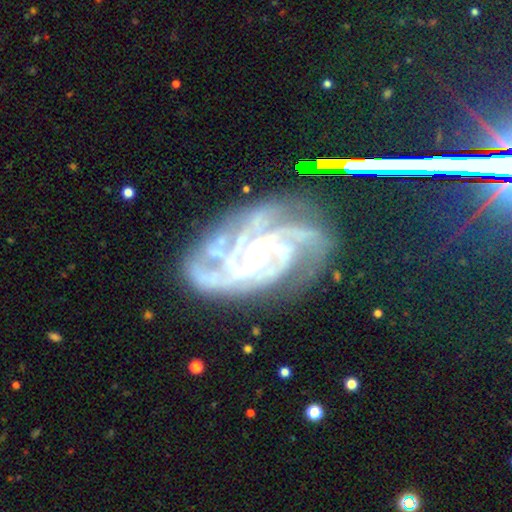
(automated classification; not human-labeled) Smooth or featured? featured or disk (90%)
Edge-on disk? no (97%)
Bar? no (58%)
Spiral arms? yes (98%)
Spiral winding? tight (65%)
Spiral arm count? 4 (31%, tied with 3)
Bulge size? small (64%)
Merging? none (64%)